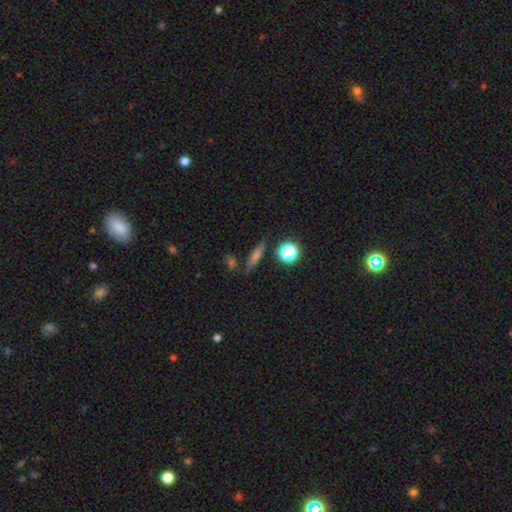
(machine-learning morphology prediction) Smooth or featured?
  - smooth: 57% *
  - featured or disk: 26%
  - star or artifact: 17%
How rounded?
  - cigar-shaped: 72% *
  - in between: 18%
  - round: 10%
Merging?
  - none: 79% *
  - minor disturbance: 11%
  - merger: 7%
  - major disturbance: 3%